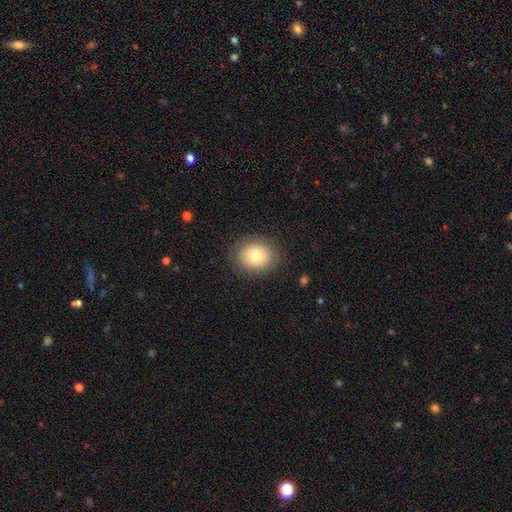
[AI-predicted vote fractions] Smooth or featured? Predicted: smooth (p=0.77). How rounded? Predicted: round (p=0.73). Merging? Predicted: none (p=0.86).